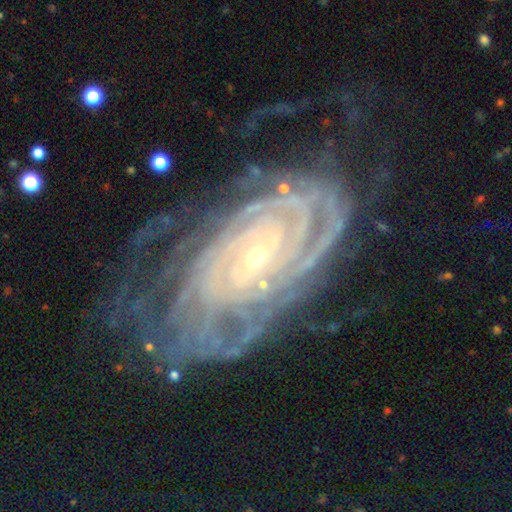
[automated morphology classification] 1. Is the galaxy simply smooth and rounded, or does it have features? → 91% featured or disk, 6% star or artifact, 4% smooth.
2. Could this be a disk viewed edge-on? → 96% no, 4% yes.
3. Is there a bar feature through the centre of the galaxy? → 51% no, 31% weak, 18% strong.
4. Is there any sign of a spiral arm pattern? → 98% yes, 2% no.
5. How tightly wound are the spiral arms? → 84% tight, 14% medium, 3% loose.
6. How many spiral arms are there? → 26% can't tell, 19% 4, 18% more than 4, 16% 2, 14% 3, 8% 1.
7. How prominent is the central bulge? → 77% small, 20% moderate, 1% large, 1% none, 1% dominant.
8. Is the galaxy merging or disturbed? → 66% none, 20% minor disturbance, 13% major disturbance, 2% merger.